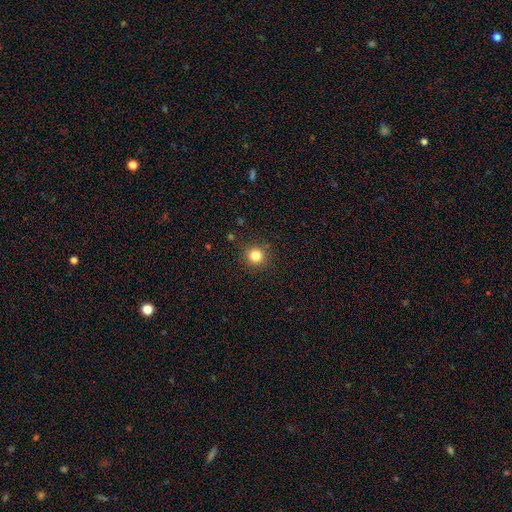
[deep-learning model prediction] This is clearly a smooth galaxy (82%). How rounded: clearly round (94%). Merging: clearly none (90%).